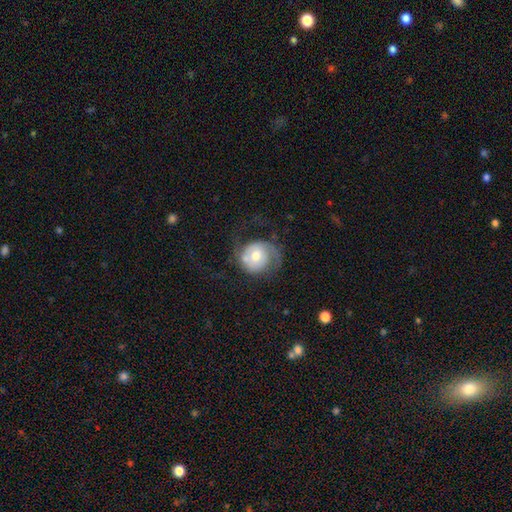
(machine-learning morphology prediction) A featured or disk galaxy (64%) with no bar (73%), 2 (56%) medium (37%) spiral arms (83%) and a moderate central bulge (69%).

Vote fractions:
- Smooth or featured? featured or disk: 64% / smooth: 29% / star or artifact: 7%
- Edge-on disk? no: 97% / yes: 3%
- Bar? no: 73% / weak: 22% / strong: 5%
- Spiral arms? yes: 83% / no: 17%
- Spiral winding? medium: 37% / loose: 32% / tight: 31%
- Spiral arm count? 2: 56% / 1: 28% / can't tell: 10% / 3: 3% / 4: 1% / more than 4: 1%
- Bulge size? moderate: 69% / small: 20% / large: 9% / dominant: 2% / none: 1%
- Merging? none: 49% / major disturbance: 28% / minor disturbance: 20% / merger: 3%